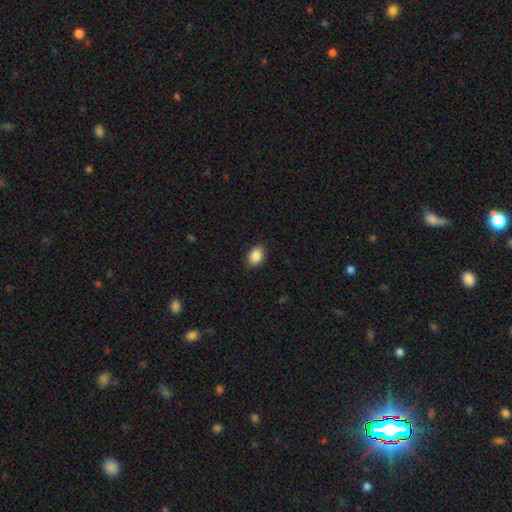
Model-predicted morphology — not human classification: A smooth galaxy with no disk features (88%) that is in between round and cigar-shaped (76%). Merging: none (87%).